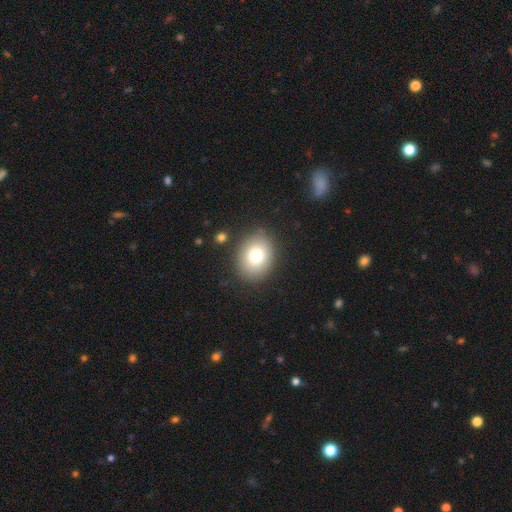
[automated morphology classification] A smooth galaxy with no disk features (77%) that is in between round and cigar-shaped (52%). Merging: none (87%).